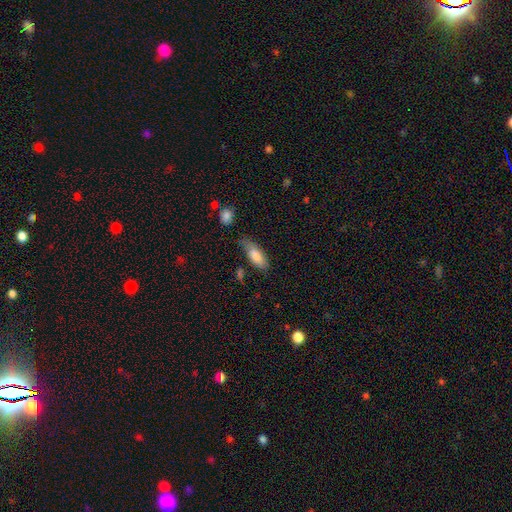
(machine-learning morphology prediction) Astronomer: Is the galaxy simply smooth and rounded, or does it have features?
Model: smooth — 79%.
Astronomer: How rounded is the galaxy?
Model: in between — 73%.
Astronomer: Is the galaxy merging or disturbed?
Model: none — 56% (runner-up: minor disturbance, 31%).